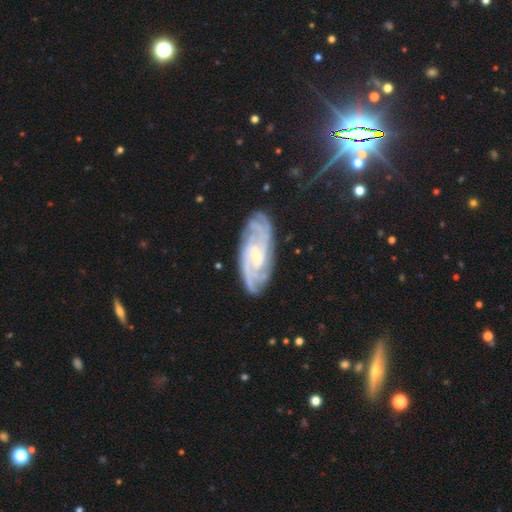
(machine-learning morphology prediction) smooth-or-featured: featured or disk: 87% | smooth: 7% | star or artifact: 6%
  disk-edge-on: no: 93% | yes: 7%
    bar: no: 43% | weak: 41% | strong: 16%
    has-spiral-arms: yes: 98% | no: 2%
      spiral-winding: tight: 70% | medium: 26% | loose: 4%
      spiral-arm-count: 4: 26% | can't tell: 24% | 3: 20% | 2: 15% | more than 4: 10% | 1: 6%
    bulge-size: small: 72% | moderate: 22% | none: 3% | large: 1% | dominant: 1%
  merging: none: 81% | minor disturbance: 14% | major disturbance: 3% | merger: 1%